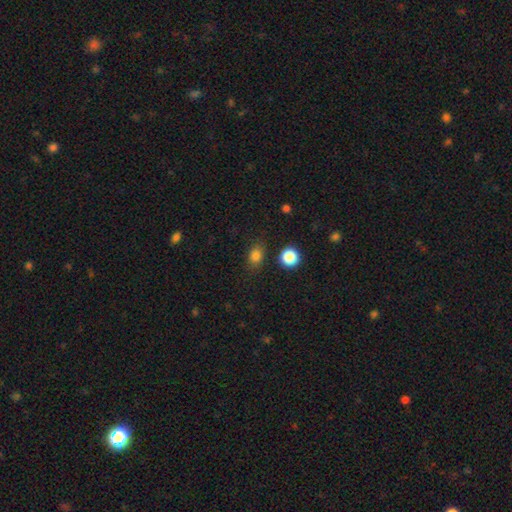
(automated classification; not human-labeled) Smooth or featured? smooth (82%)
How rounded? in between (56%)
Merging? none (80%)